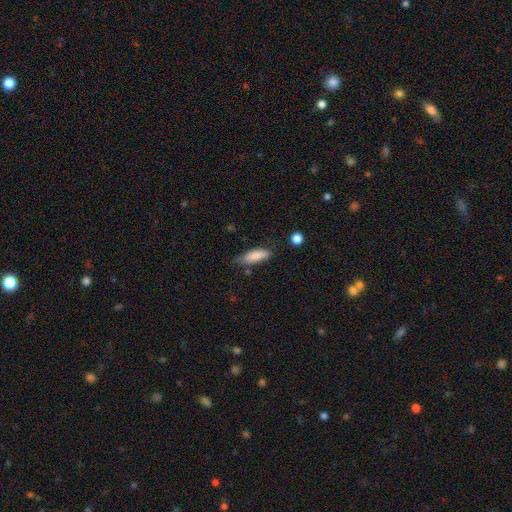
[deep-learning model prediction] Morphology: type=smooth (84%); roundness=in between (59%); merging=none (68%).